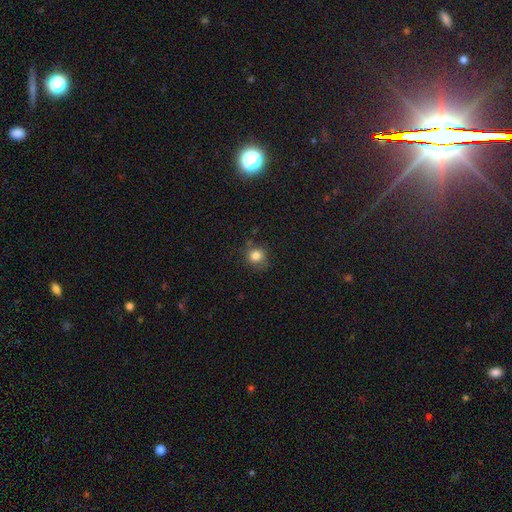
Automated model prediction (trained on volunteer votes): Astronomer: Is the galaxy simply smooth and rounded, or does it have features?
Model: smooth — 83%.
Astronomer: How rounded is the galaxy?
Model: round — 82%.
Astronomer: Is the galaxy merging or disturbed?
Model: none — 73%.